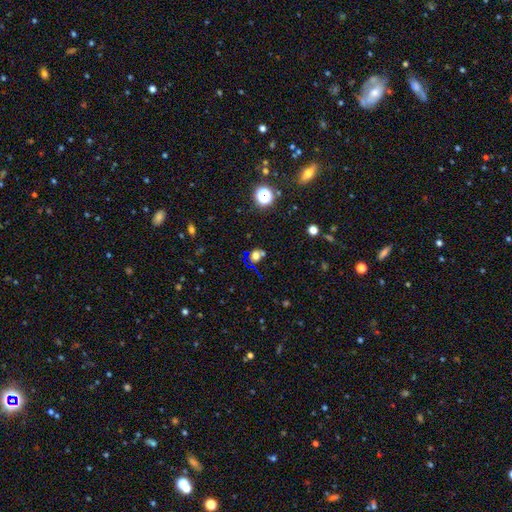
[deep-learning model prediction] smooth_or_featured: star or artifact (p=0.46) [alt: smooth p=0.44]